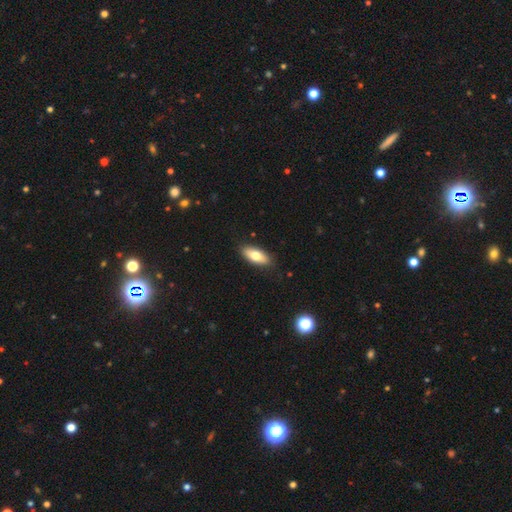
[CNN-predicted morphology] Smooth or featured?
  - smooth: 72% *
  - featured or disk: 21%
  - star or artifact: 6%
How rounded?
  - in between: 82% *
  - cigar-shaped: 16%
  - round: 3%
Merging?
  - none: 87% *
  - minor disturbance: 10%
  - major disturbance: 2%
  - merger: 1%